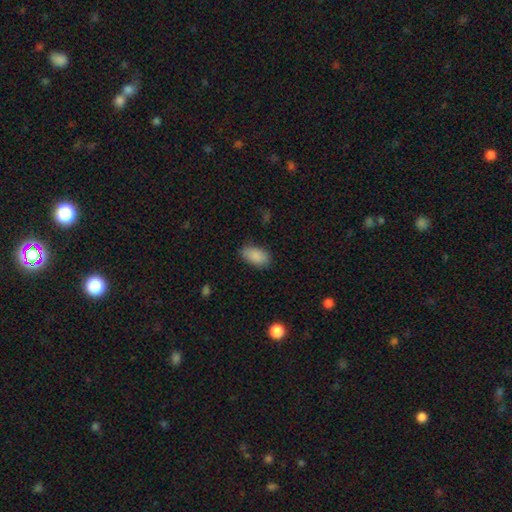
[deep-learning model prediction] Overall: smooth (89%). How rounded: in between (94%). Merging: none (83%).